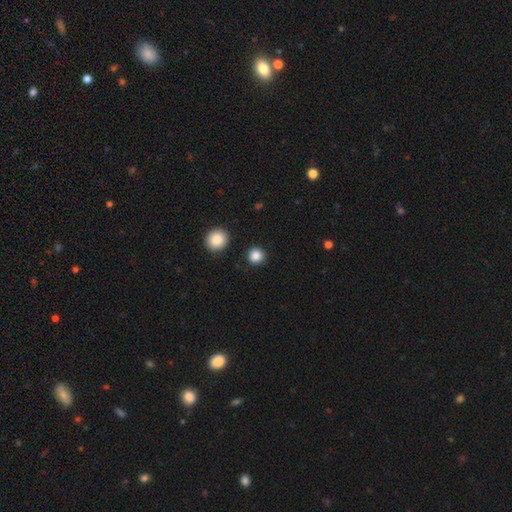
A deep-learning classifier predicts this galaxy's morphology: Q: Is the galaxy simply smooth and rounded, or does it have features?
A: smooth — 86%.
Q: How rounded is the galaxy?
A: round — 93%.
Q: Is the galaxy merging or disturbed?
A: none — 90%.